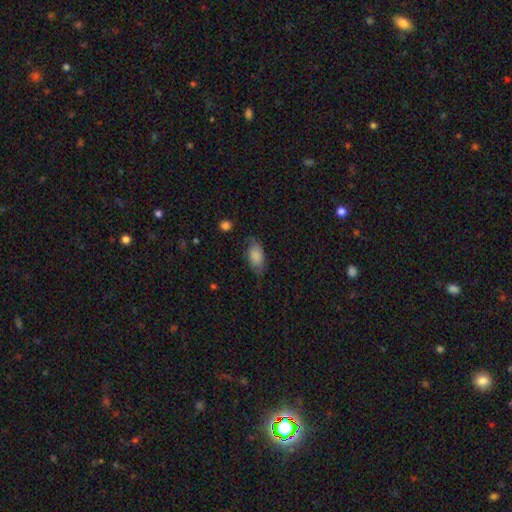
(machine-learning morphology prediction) A smooth galaxy with no disk features (82%) that is in between round and cigar-shaped (91%).

Vote fractions:
- Smooth or featured? smooth: 82% / featured or disk: 11% / star or artifact: 7%
- How rounded? in between: 91% / cigar-shaped: 5% / round: 4%
- Merging? none: 66% / minor disturbance: 25% / major disturbance: 8% / merger: 2%